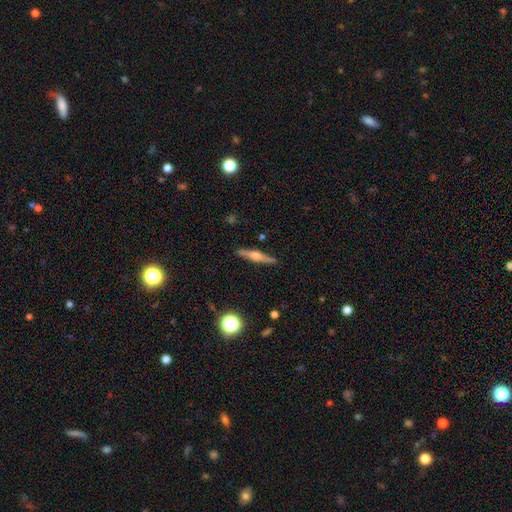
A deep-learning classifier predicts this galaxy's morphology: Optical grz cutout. It shows a featured or disk galaxy (69%) viewed edge-on (97%) with a rounded central bulge (90%). Merging: none (90%).